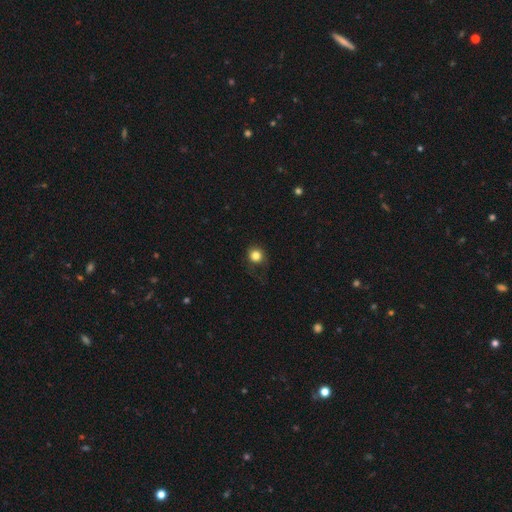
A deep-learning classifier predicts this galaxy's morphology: Smooth or featured?
  - smooth: 82% *
  - star or artifact: 12%
  - featured or disk: 5%
How rounded?
  - round: 91% *
  - in between: 8%
  - cigar-shaped: 1%
Merging?
  - none: 78% *
  - minor disturbance: 15%
  - major disturbance: 6%
  - merger: 1%